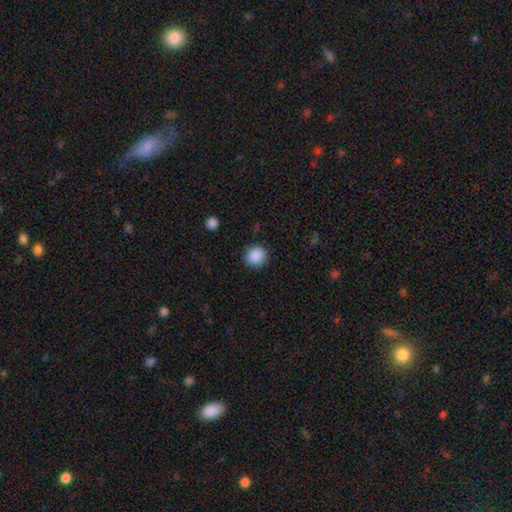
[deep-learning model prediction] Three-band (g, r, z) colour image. It shows a smooth galaxy with no disk features (89%) that is round (91%). Merging: none (90%).